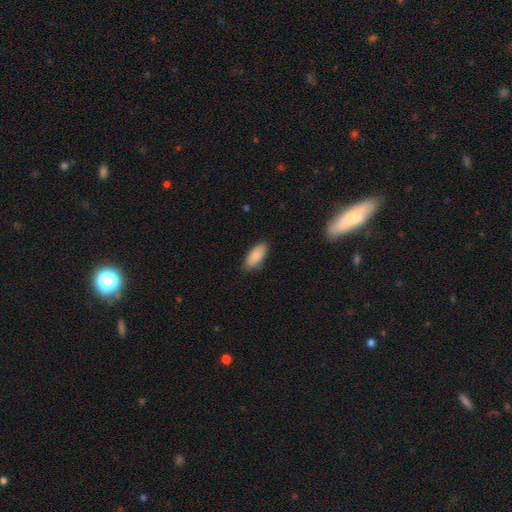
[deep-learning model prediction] The model was most divided on "how rounded": in between: 86%, cigar-shaped: 12%, round: 2%. More confident: smooth or featured — smooth (88%); merging — none (86%).